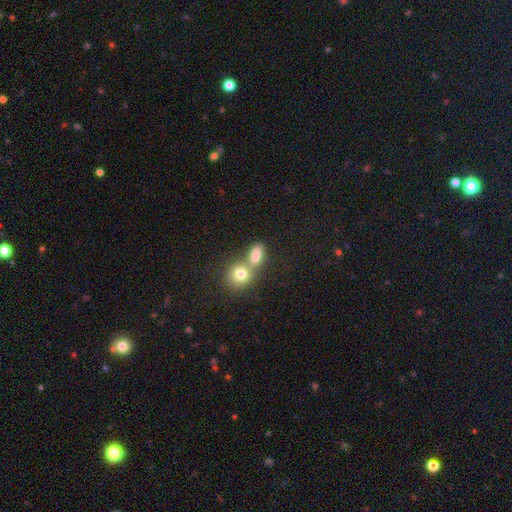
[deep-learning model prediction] A smooth galaxy with no disk features (80%) that is in between round and cigar-shaped (65%). Merging: merger (52%).